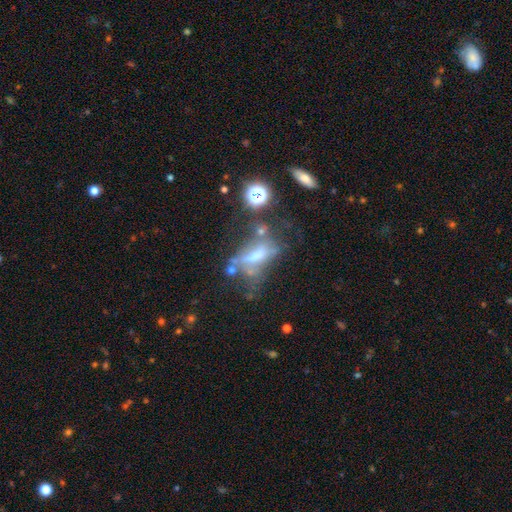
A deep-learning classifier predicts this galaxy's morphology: Overall: featured or disk (50%; smooth 29%). Merging: major disturbance (31%; none 29%).